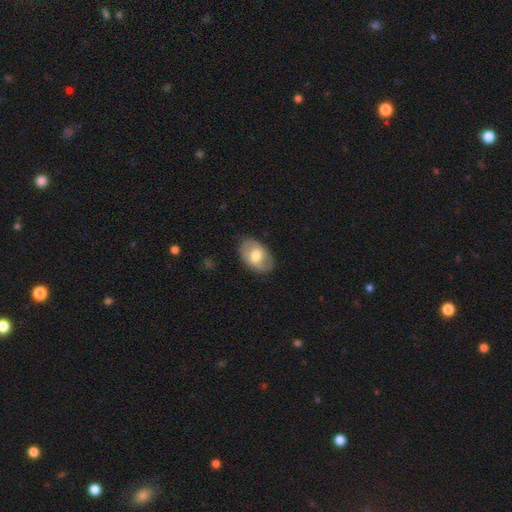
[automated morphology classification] A smooth galaxy with no disk features (60%) that is in between round and cigar-shaped (88%).

Vote fractions:
- Smooth or featured? smooth: 60% / featured or disk: 34% / star or artifact: 6%
- How rounded? in between: 88% / round: 10% / cigar-shaped: 1%
- Merging? none: 81% / minor disturbance: 14% / major disturbance: 4% / merger: 1%